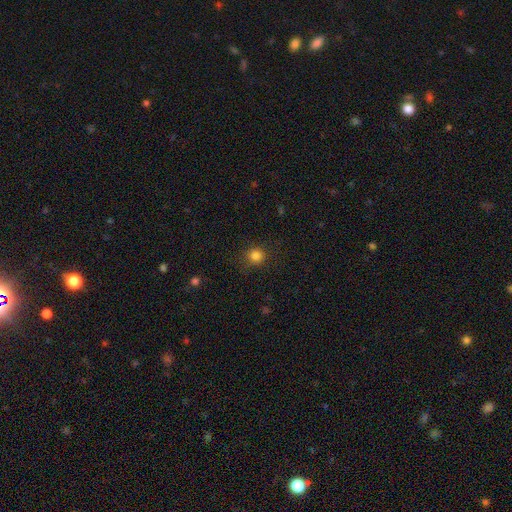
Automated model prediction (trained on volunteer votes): Overall: smooth (83%). How rounded: round (91%). Merging: none (87%).